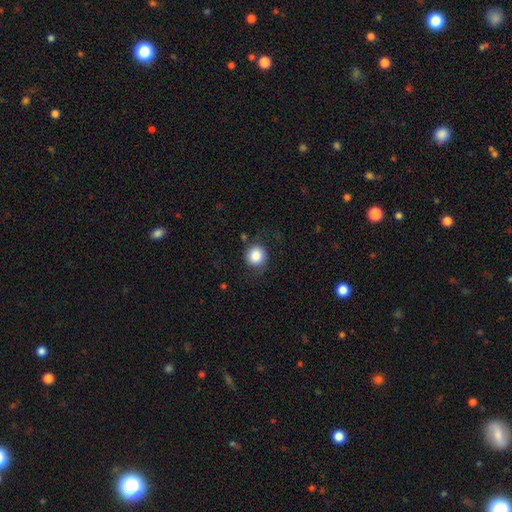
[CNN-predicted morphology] smooth-or-featured: smooth: 84% | star or artifact: 9% | featured or disk: 7%
  how-rounded: round: 91% | in between: 8% | cigar-shaped: 1%
  merging: none: 77% | minor disturbance: 15% | major disturbance: 6% | merger: 2%